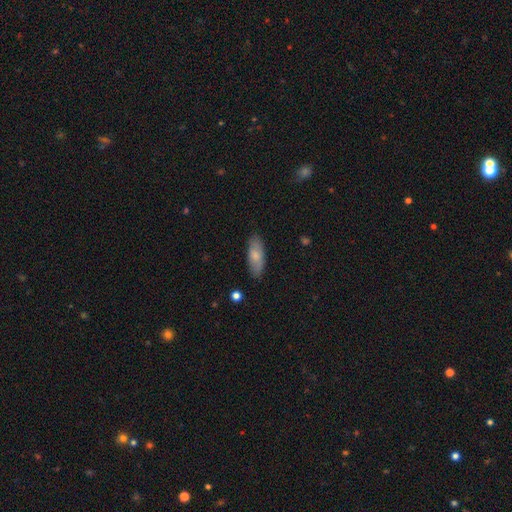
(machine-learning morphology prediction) Smooth or featured? Predicted: smooth (p=0.77). How rounded? Predicted: in between (p=0.75). Merging? Predicted: none (p=0.85).